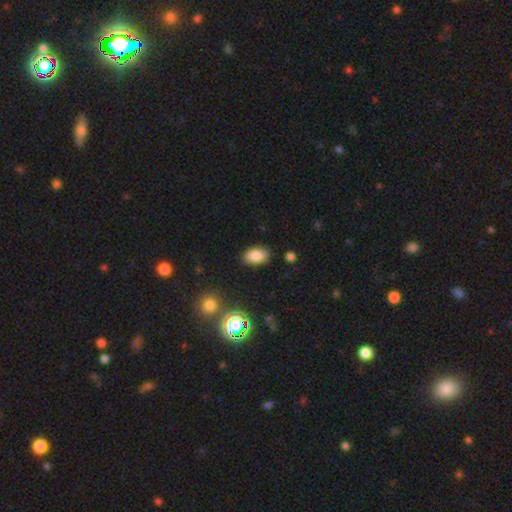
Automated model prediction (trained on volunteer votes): A smooth galaxy with no disk features (83%) that is in between round and cigar-shaped (90%).

Vote fractions:
- Smooth or featured? smooth: 83% / star or artifact: 11% / featured or disk: 6%
- How rounded? in between: 90% / round: 8% / cigar-shaped: 1%
- Merging? none: 86% / minor disturbance: 10% / major disturbance: 2% / merger: 2%